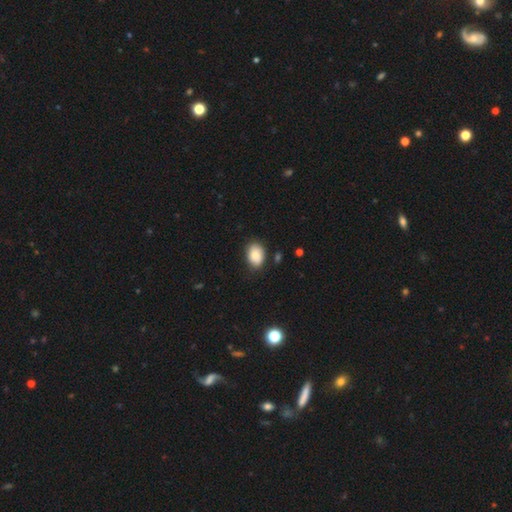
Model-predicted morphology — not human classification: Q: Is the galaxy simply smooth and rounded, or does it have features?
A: smooth — 81%.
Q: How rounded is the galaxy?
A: in between — 77%.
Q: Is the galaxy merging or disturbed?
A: none — 78%.